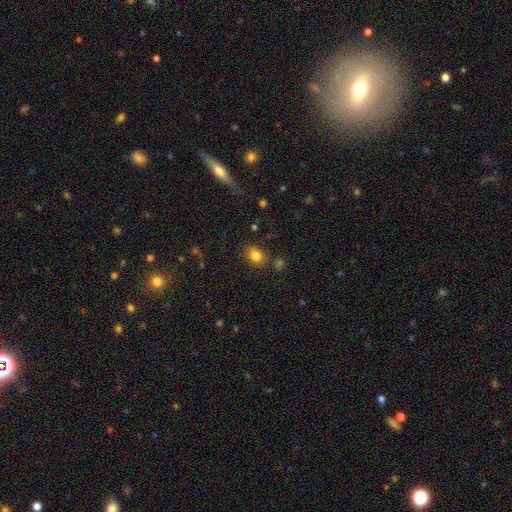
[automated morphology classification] Smooth or featured? smooth (82%)
How rounded? in between (55%)
Merging? none (77%)